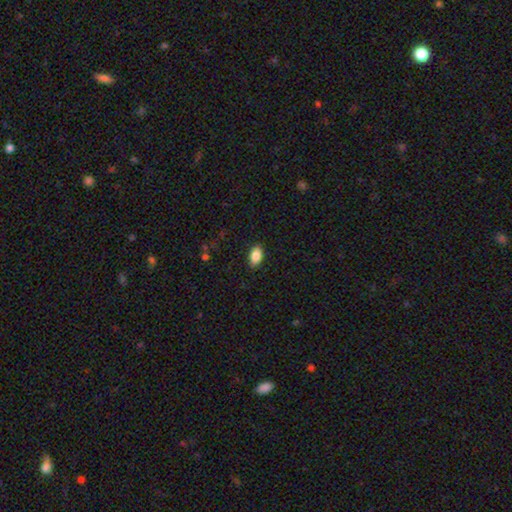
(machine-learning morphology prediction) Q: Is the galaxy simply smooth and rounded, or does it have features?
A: smooth — 87%.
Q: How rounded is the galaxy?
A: in between — 91%.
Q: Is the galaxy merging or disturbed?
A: none — 88%.